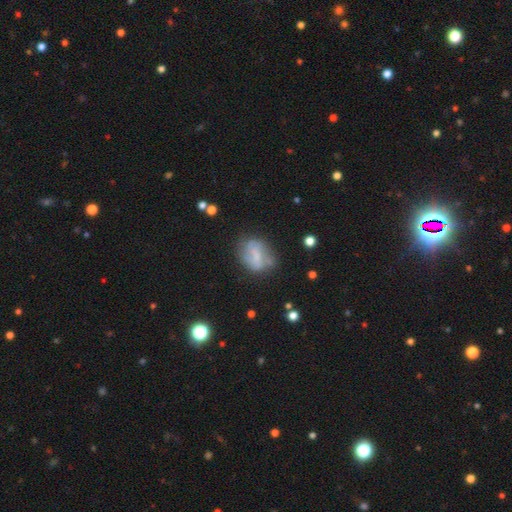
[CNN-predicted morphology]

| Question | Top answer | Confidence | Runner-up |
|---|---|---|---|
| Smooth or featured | featured or disk | 48% | smooth (42%) |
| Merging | none | 54% | minor disturbance (26%) |